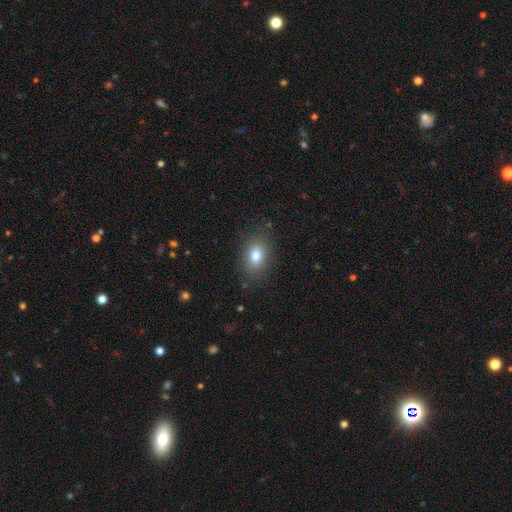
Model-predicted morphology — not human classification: A smooth galaxy with no disk features (79%) that is in between round and cigar-shaped (77%).

Vote fractions:
- Smooth or featured? smooth: 79% / featured or disk: 10% / star or artifact: 10%
- How rounded? in between: 77% / round: 21% / cigar-shaped: 2%
- Merging? none: 84% / minor disturbance: 11% / major disturbance: 4% / merger: 1%